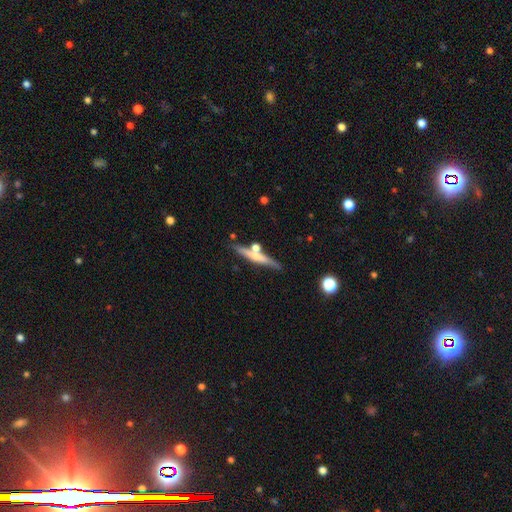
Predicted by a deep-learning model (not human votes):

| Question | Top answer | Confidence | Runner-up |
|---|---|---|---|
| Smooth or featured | featured or disk | 53% | smooth (40%) |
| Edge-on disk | yes | 94% | no (6%) |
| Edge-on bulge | rounded | 61% | none (32%) |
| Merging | none | 74% | merger (12%) |